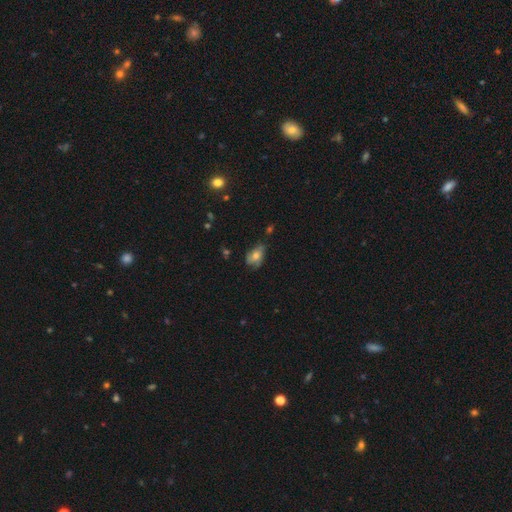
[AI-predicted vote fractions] The model was most divided on "merging": none: 45%, minor disturbance: 36%, major disturbance: 16%, merger: 3%. More confident: how rounded — in between (81%); smooth or featured — smooth (56%).